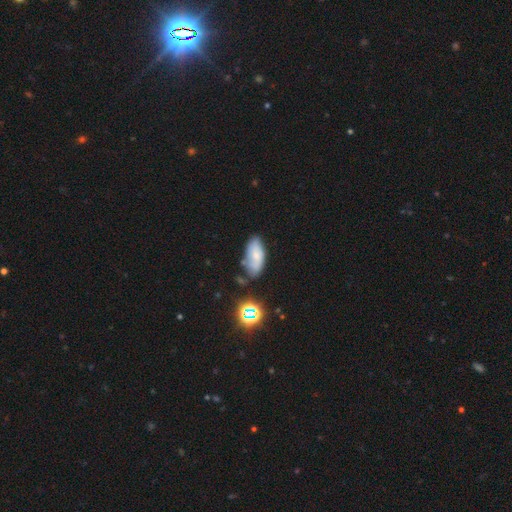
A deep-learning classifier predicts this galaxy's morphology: Smooth or featured?
  - smooth: 64% *
  - featured or disk: 25%
  - star or artifact: 11%
How rounded?
  - in between: 89% *
  - cigar-shaped: 8%
  - round: 3%
Merging?
  - none: 55% *
  - minor disturbance: 29%
  - merger: 8%
  - major disturbance: 8%